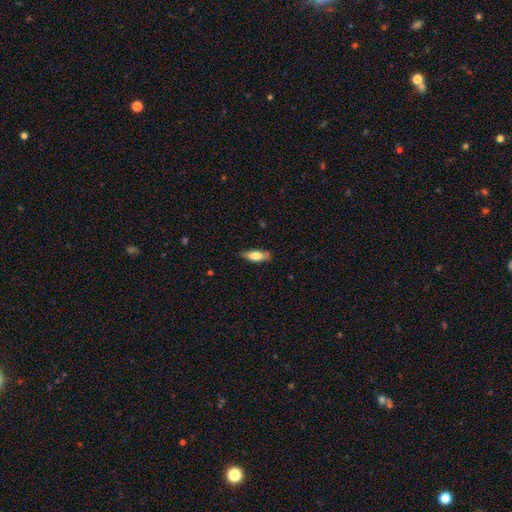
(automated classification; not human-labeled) The model was most divided on "how rounded": in between: 62%, cigar-shaped: 36%, round: 2%. More confident: merging — none (76%); smooth or featured — smooth (71%).